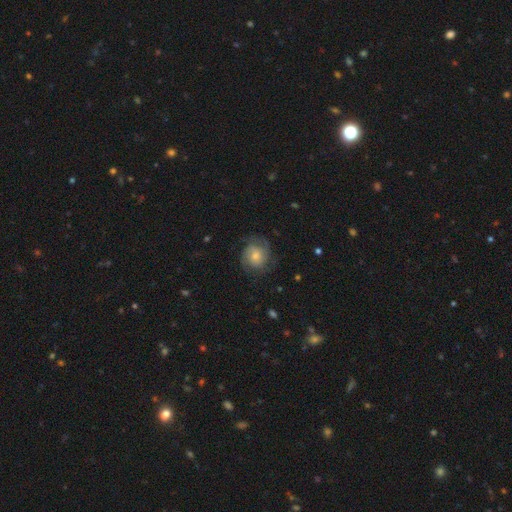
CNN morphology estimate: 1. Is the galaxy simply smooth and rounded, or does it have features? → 54% featured or disk, 38% smooth, 8% star or artifact.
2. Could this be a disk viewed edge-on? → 98% no, 2% yes.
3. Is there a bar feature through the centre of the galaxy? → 69% no, 27% weak, 4% strong.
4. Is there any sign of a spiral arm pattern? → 87% yes, 13% no.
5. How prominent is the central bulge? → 49% moderate, 37% small, 8% large, 5% none, 2% dominant.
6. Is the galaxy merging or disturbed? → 69% none, 20% minor disturbance, 10% major disturbance, 1% merger.